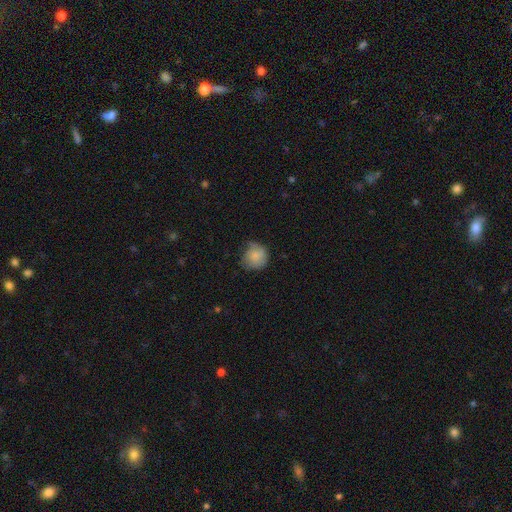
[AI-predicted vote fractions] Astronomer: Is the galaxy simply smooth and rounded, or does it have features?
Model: smooth — 75%.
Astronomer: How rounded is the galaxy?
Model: round — 83%.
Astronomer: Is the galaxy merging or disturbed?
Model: none — 55% (runner-up: minor disturbance, 32%).